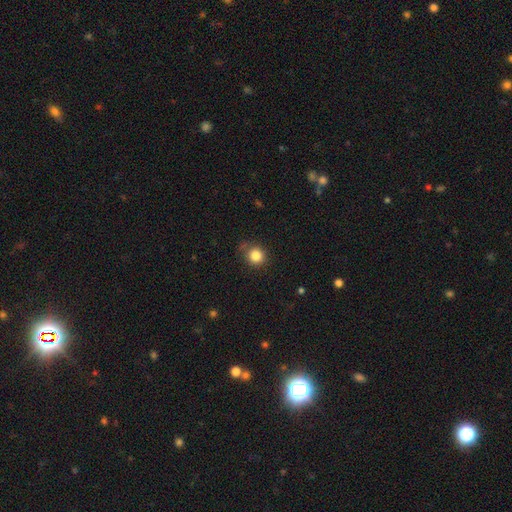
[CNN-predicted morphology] smooth_or_featured: smooth (p=0.84) [alt: star or artifact p=0.11]
how_rounded: round (p=0.85) [alt: in between p=0.14]
merging: none (p=0.69) [alt: minor disturbance p=0.22]